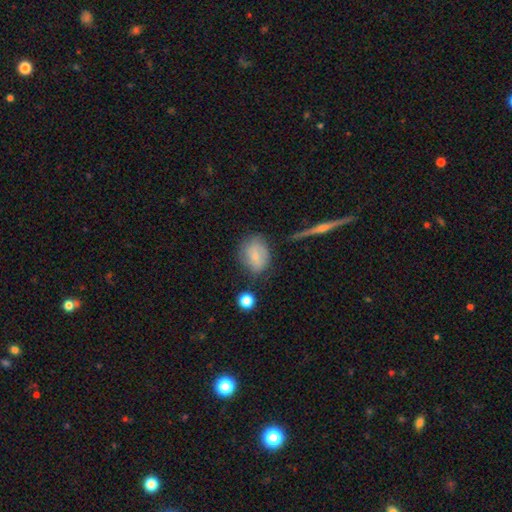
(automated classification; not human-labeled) Smooth or featured? smooth (68%)
How rounded? in between (58%)
Merging? none (66%)